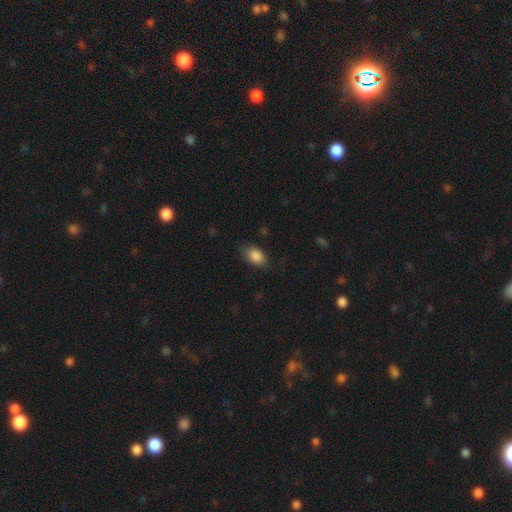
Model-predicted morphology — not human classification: This is clearly a smooth galaxy (87%). How rounded: clearly in between (87%). Merging: likely none (76%).